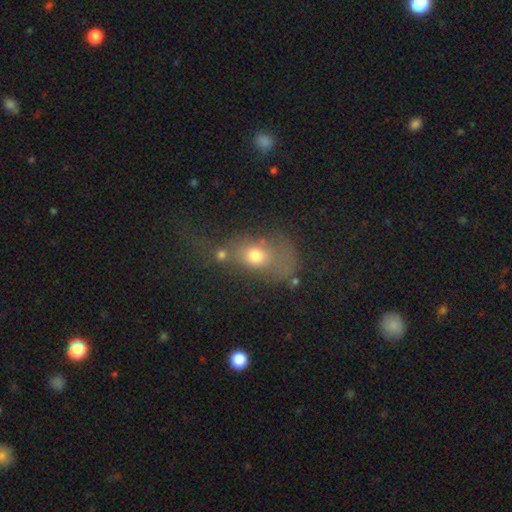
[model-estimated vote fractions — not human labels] Smooth or featured: smooth — 63% (featured or disk — 21%)
How rounded: in between — 61% (round — 36%)
Merging: major disturbance — 33% (none — 26%)